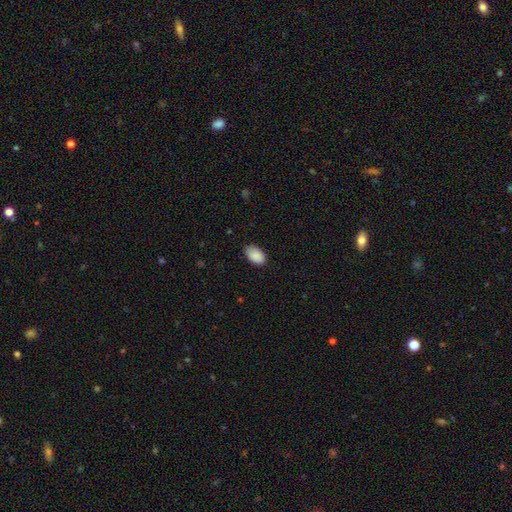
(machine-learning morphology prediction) Overall: smooth (90%). How rounded: in between (93%). Merging: none (80%).